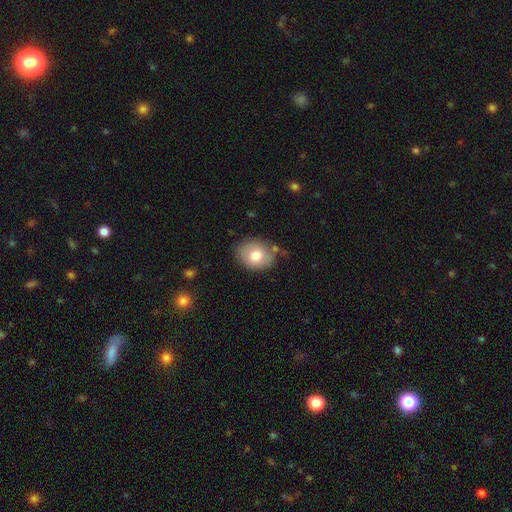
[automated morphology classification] This appears to be a smooth galaxy with no disk features (75%) that is in between round and cigar-shaped (51%). Merging: none (75%).